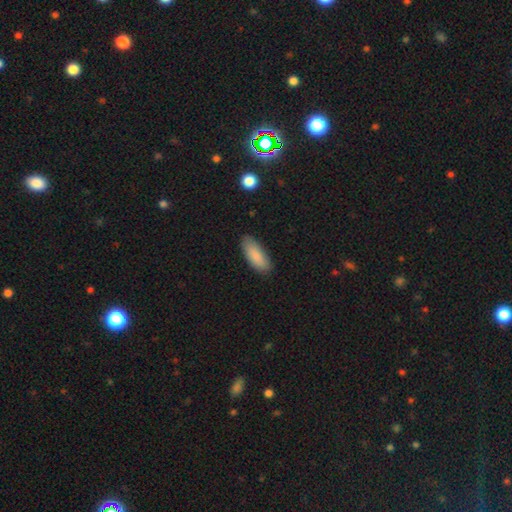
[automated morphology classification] smooth 88%, star or artifact 6%, featured or disk 6%. Down the decision tree: how rounded — in between (77%); merging — none (84%).